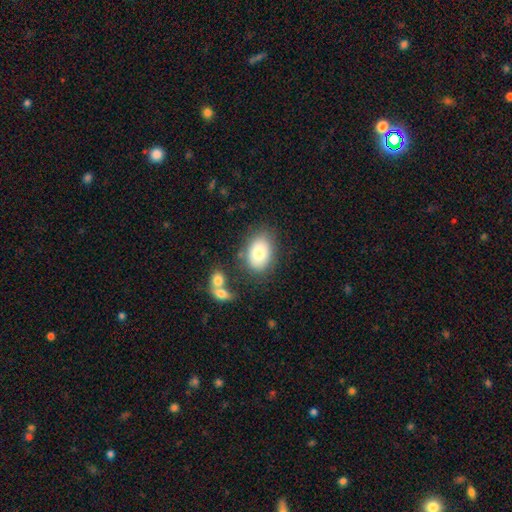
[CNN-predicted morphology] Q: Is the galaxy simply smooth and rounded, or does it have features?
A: smooth — 78%.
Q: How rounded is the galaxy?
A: in between — 83%.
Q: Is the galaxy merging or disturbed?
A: none — 72%.